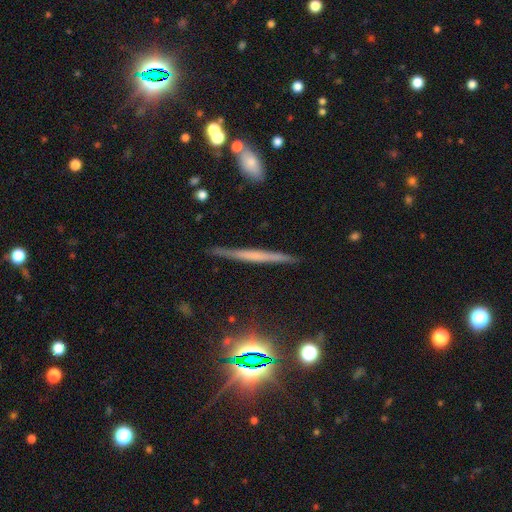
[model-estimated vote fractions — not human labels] A featured or disk galaxy (53%) viewed edge-on (96%) with no central bulge (69%). Merging: none (87%).